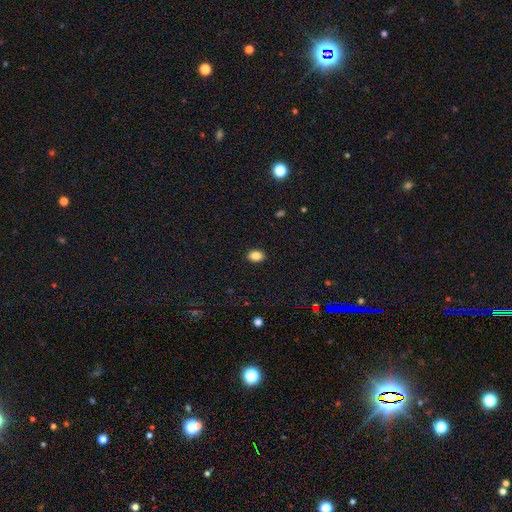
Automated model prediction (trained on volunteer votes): Overall: smooth (87%). How rounded: in between (74%). Merging: none (90%).